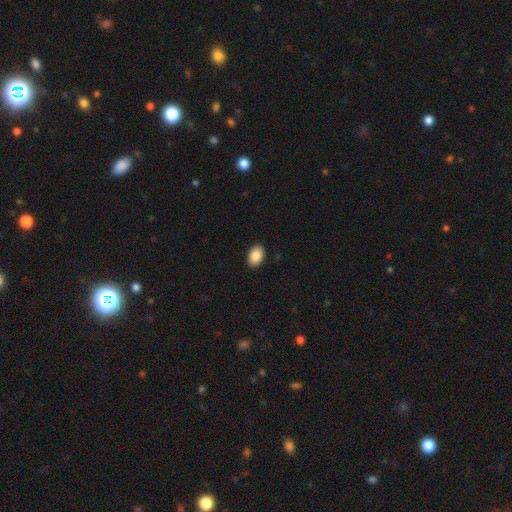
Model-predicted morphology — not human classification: Q: Smooth or featured?
A: smooth (89%); runner-up: star or artifact (7%)
Q: How rounded?
A: in between (86%); runner-up: round (13%)
Q: Merging?
A: none (90%); runner-up: minor disturbance (7%)